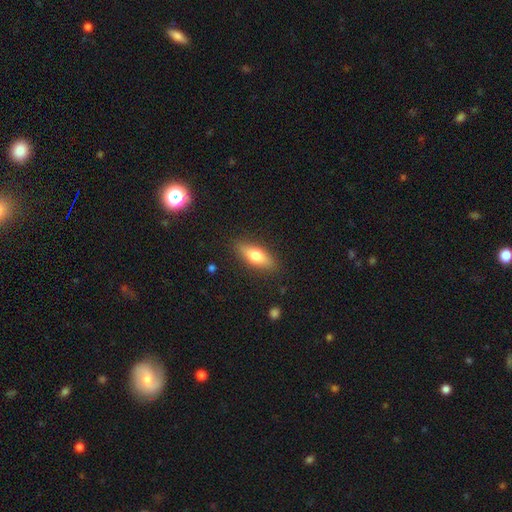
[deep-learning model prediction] Smooth or featured? smooth (67%)
How rounded? in between (66%)
Merging? none (86%)